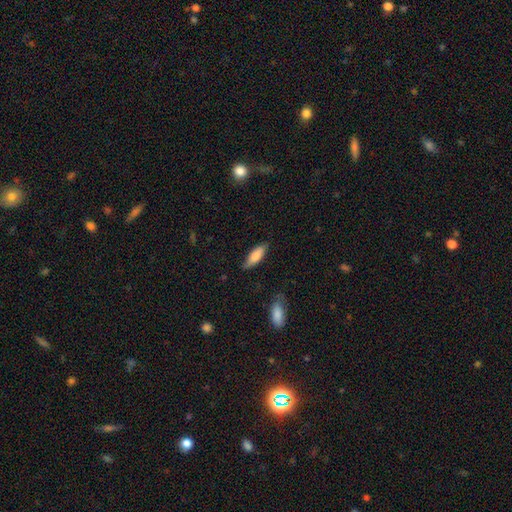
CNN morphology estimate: A smooth galaxy with no disk features (80%) that is in between round and cigar-shaped (64%).

Vote fractions:
- Smooth or featured? smooth: 80% / featured or disk: 14% / star or artifact: 6%
- How rounded? in between: 64% / cigar-shaped: 35% / round: 2%
- Merging? none: 76% / minor disturbance: 19% / major disturbance: 4% / merger: 2%